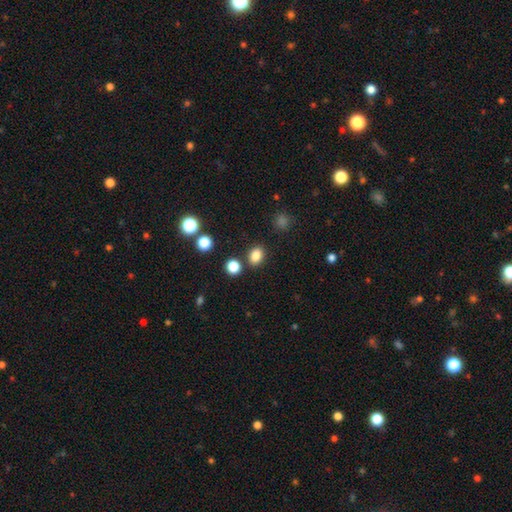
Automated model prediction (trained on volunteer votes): Smooth or featured: smooth — 83% (star or artifact — 12%)
How rounded: in between — 62% (round — 37%)
Merging: none — 83% (minor disturbance — 9%)